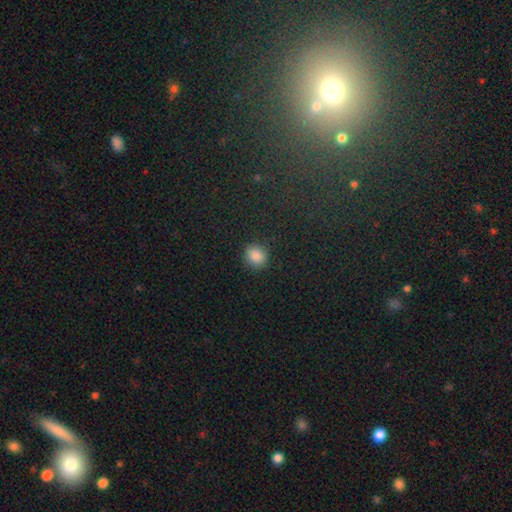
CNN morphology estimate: A smooth galaxy with no disk features (86%) that is round (79%). Merging: none (88%).